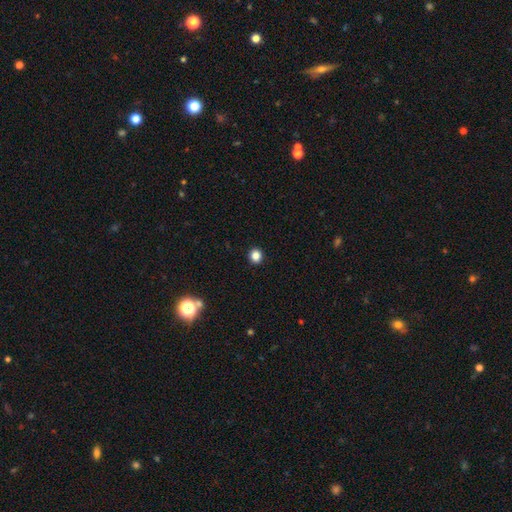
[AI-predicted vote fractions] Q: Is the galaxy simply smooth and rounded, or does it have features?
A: smooth — 84%.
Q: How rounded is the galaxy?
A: round — 87%.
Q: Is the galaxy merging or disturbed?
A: none — 93%.